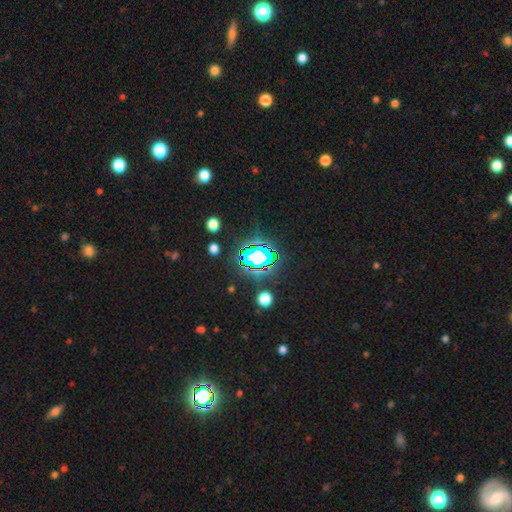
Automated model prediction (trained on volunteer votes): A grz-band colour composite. It shows a star or artifact, not a galaxy (64%).